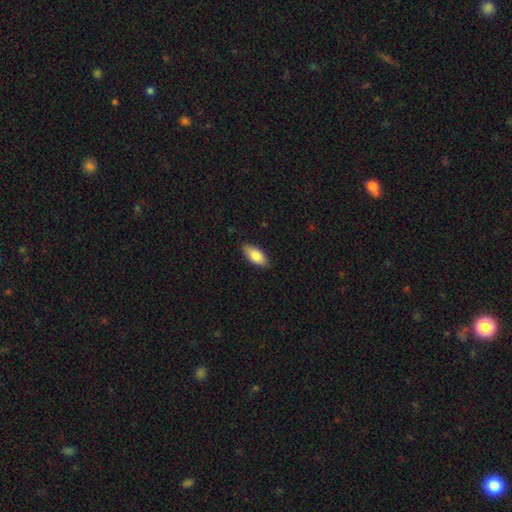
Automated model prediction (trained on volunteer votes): Q: Smooth or featured?
A: smooth (83%); runner-up: featured or disk (11%)
Q: How rounded?
A: in between (89%); runner-up: cigar-shaped (8%)
Q: Merging?
A: none (85%); runner-up: minor disturbance (12%)